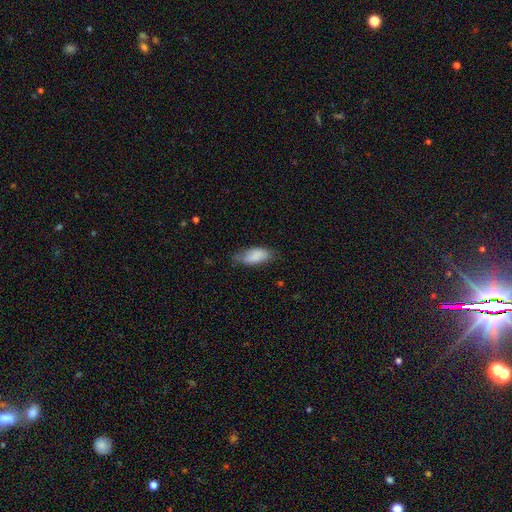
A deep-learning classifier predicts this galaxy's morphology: smooth 85%, featured or disk 9%, star or artifact 6%. Down the decision tree: how rounded — in between (88%); merging — none (59%).